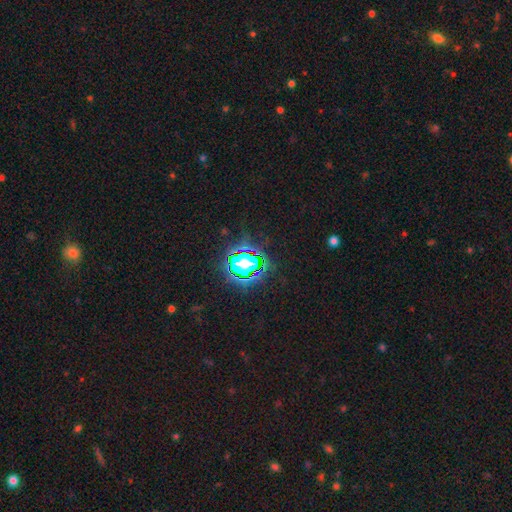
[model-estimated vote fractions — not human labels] smooth-or-featured: star or artifact: 84% | smooth: 10% | featured or disk: 6%